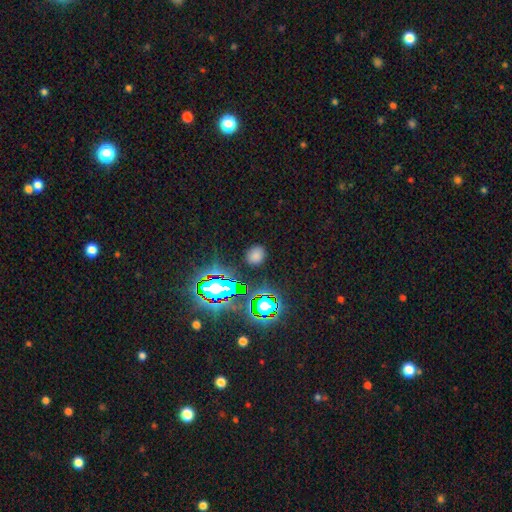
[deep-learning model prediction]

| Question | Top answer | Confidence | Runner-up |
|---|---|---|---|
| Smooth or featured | smooth | 66% | star or artifact (27%) |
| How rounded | round | 73% | in between (25%) |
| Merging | none | 85% | minor disturbance (9%) |